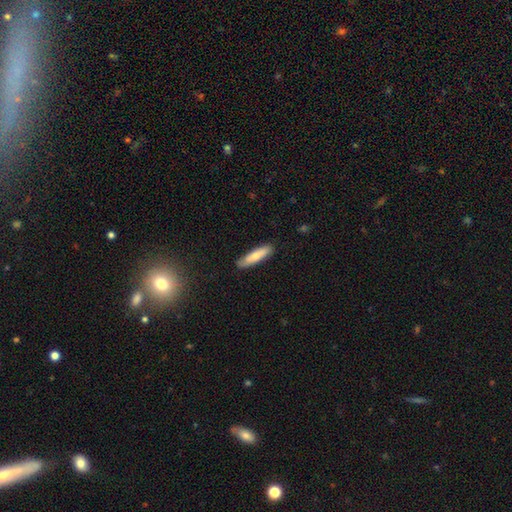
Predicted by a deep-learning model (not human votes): A smooth galaxy with no disk features (70%) that is cigar-shaped (75%). Merging: none (82%).